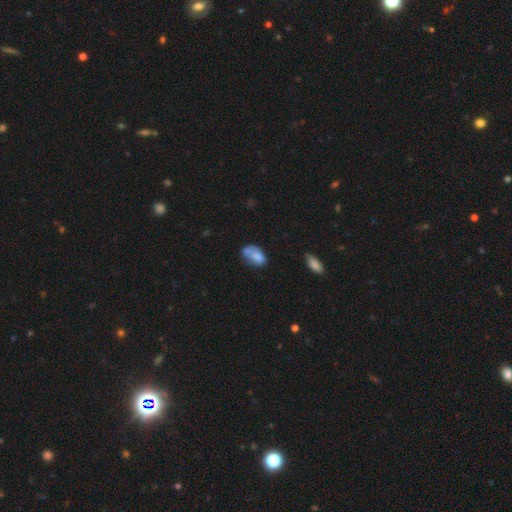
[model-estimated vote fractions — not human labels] A smooth galaxy with no disk features (68%) that is in between round and cigar-shaped (88%).

Vote fractions:
- Smooth or featured? smooth: 68% / featured or disk: 23% / star or artifact: 9%
- How rounded? in between: 88% / round: 10% / cigar-shaped: 2%
- Merging? none: 35% / minor disturbance: 28% / merger: 21% / major disturbance: 17%